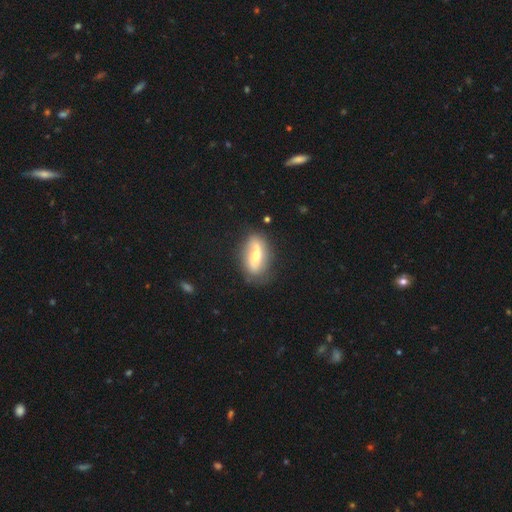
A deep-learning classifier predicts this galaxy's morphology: A featured or disk galaxy (55%). Merging: none (69%).